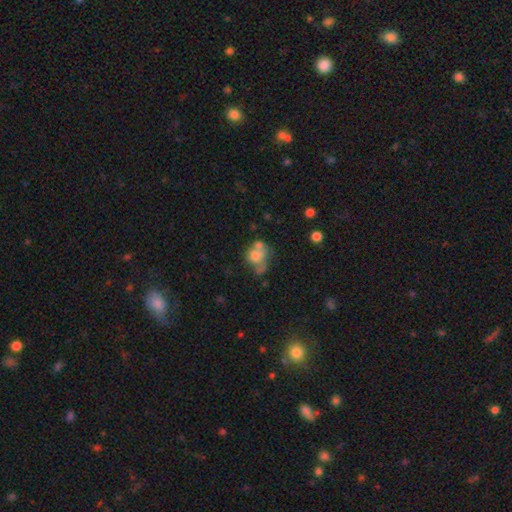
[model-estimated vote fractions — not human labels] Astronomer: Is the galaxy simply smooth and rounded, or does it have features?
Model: smooth — 61%.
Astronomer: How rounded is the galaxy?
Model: in between — 52% (runner-up: round, 47%).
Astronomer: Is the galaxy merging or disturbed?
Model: merger — 40% (runner-up: none, 24%).